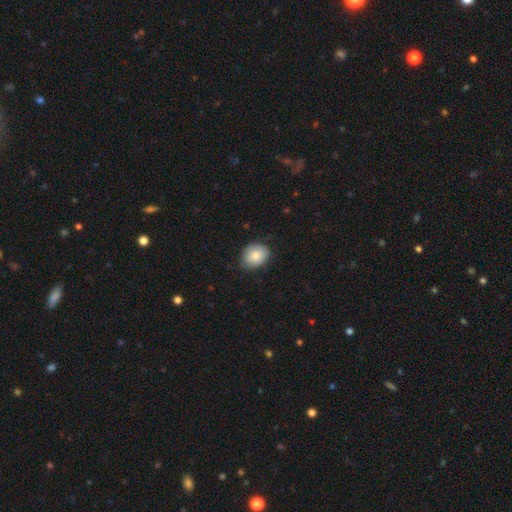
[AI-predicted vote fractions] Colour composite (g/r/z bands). It shows a smooth galaxy with no disk features (82%) that is in between round and cigar-shaped (53%). Merging: none (75%).